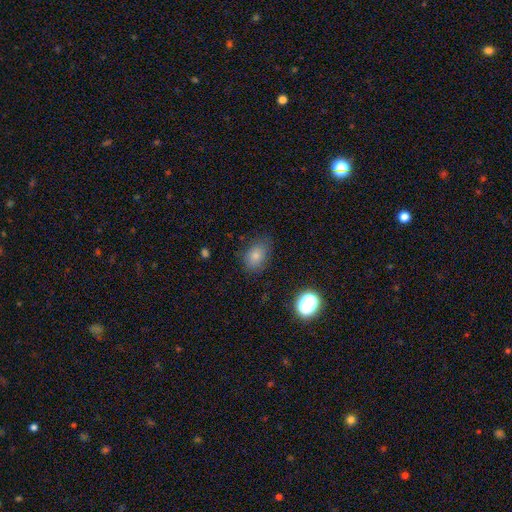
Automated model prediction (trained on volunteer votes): The model was most divided on "how rounded": in between: 78%, round: 21%, cigar-shaped: 1%. More confident: smooth or featured — smooth (79%); merging — none (77%).